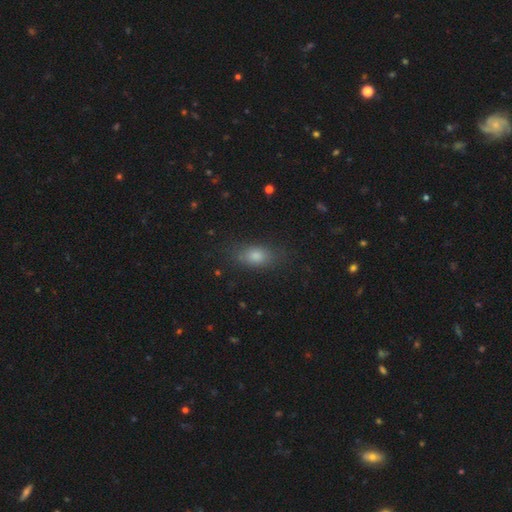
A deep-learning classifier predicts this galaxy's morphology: type=smooth (76%); roundness=in between (76%); merging=none (81%).